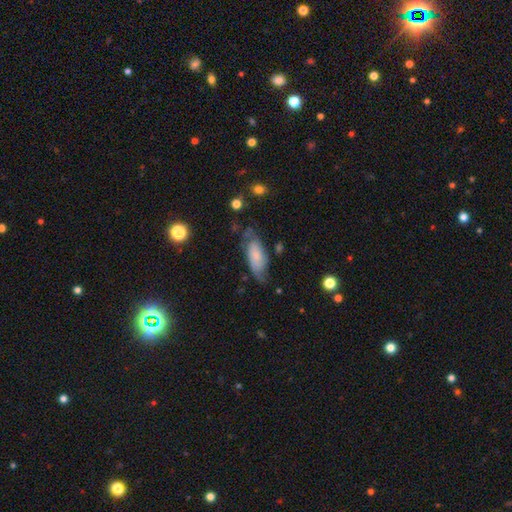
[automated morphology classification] Q: Smooth or featured?
A: smooth (65%); runner-up: featured or disk (28%)
Q: How rounded?
A: in between (79%); runner-up: cigar-shaped (18%)
Q: Merging?
A: none (55%); runner-up: minor disturbance (31%)